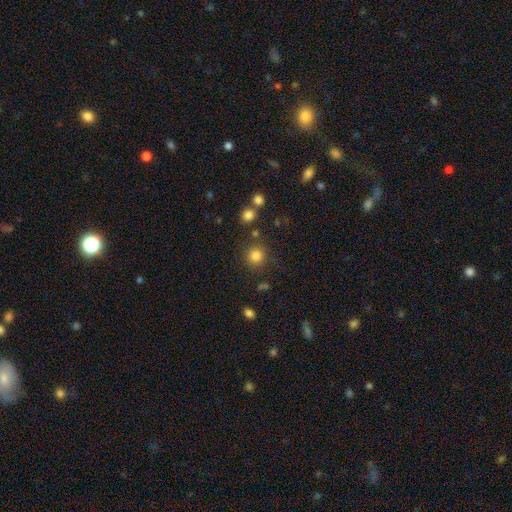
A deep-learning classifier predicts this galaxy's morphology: Q: Smooth or featured?
A: smooth (82%); runner-up: star or artifact (13%)
Q: How rounded?
A: round (92%); runner-up: in between (7%)
Q: Merging?
A: none (81%); runner-up: minor disturbance (9%)